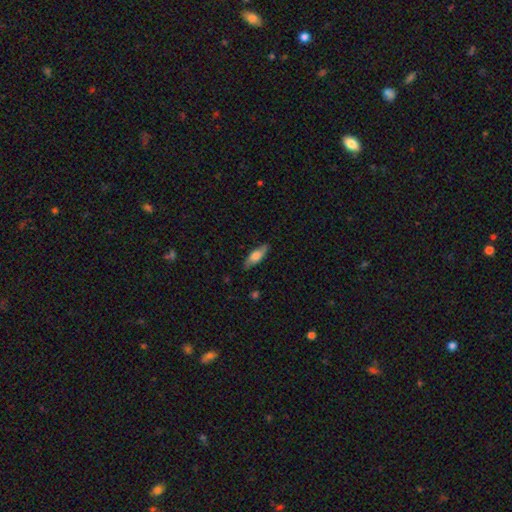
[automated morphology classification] A smooth galaxy with no disk features (65%) that is in between round and cigar-shaped (58%).

Vote fractions:
- Smooth or featured? smooth: 65% / featured or disk: 29% / star or artifact: 6%
- How rounded? in between: 58% / cigar-shaped: 39% / round: 2%
- Merging? none: 83% / minor disturbance: 13% / major disturbance: 3% / merger: 1%